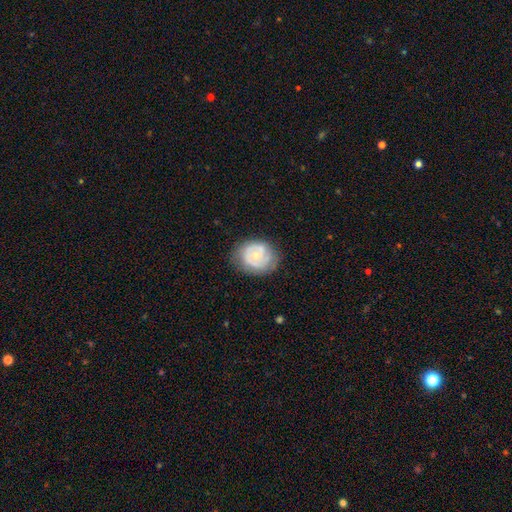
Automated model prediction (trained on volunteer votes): The model was most divided on "bulge size": small: 55%, moderate: 40%, none: 2%, large: 2%, dominant: 1%. More confident: edge-on disk — no (97%); bar — no (79%); merging — none (69%); smooth or featured — featured or disk (59%); spiral arms — yes (58%).